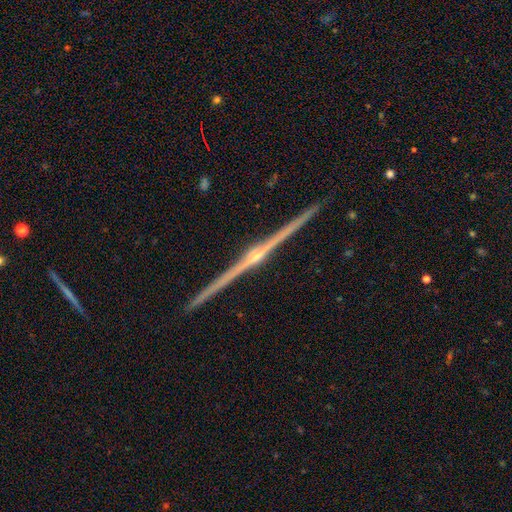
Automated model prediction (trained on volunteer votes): A featured or disk galaxy (91%) viewed edge-on (99%) with a rounded central bulge (88%). Merging: none (93%).